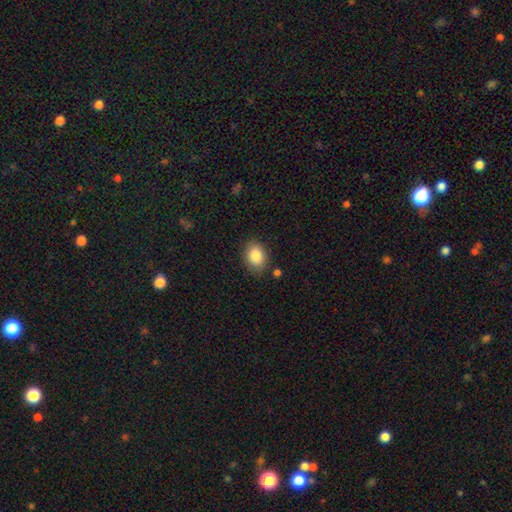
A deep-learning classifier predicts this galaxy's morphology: smooth-or-featured: smooth: 86% | star or artifact: 8% | featured or disk: 6%
  how-rounded: in between: 71% | round: 28% | cigar-shaped: 1%
  merging: none: 81% | minor disturbance: 13% | major disturbance: 3% | merger: 3%